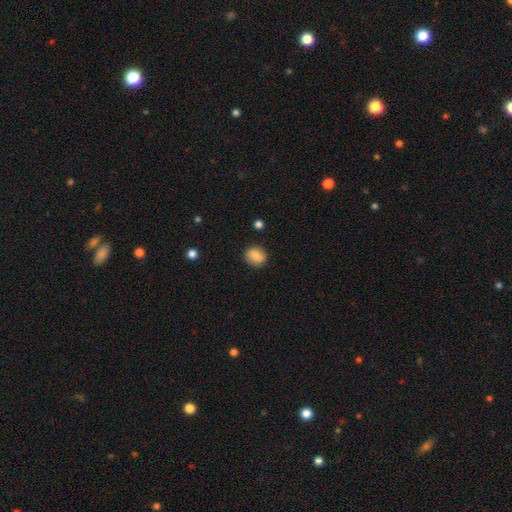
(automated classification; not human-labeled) Smooth or featured? Predicted: smooth (p=0.77). How rounded? Predicted: round (p=0.60). Merging? Predicted: none (p=0.82).